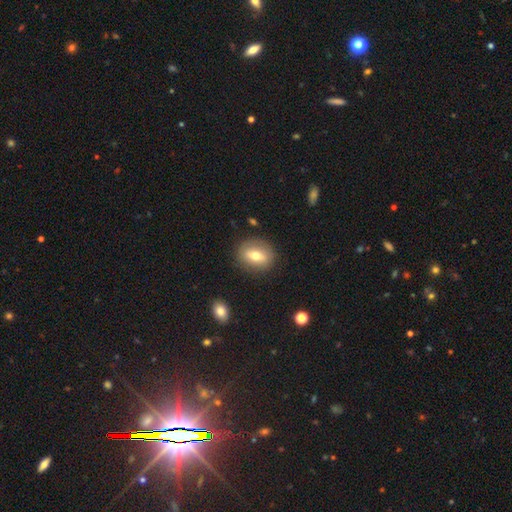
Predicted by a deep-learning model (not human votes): The model was most divided on "how rounded": in between: 52%, round: 45%, cigar-shaped: 3%. More confident: merging — none (85%); smooth or featured — smooth (63%).